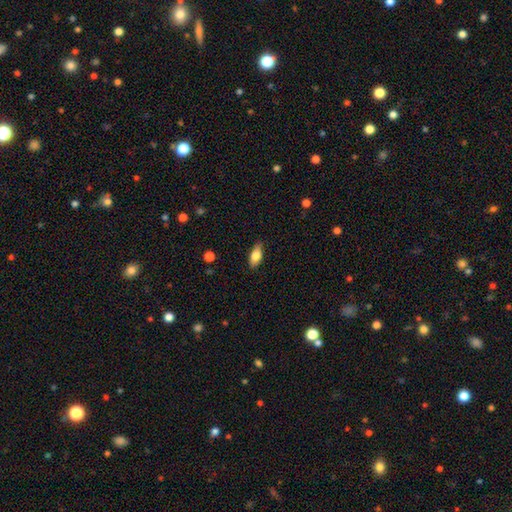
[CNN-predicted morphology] smooth-or-featured: smooth: 76% | featured or disk: 17% | star or artifact: 7%
  how-rounded: in between: 84% | cigar-shaped: 13% | round: 3%
  merging: none: 84% | minor disturbance: 13% | major disturbance: 2% | merger: 1%